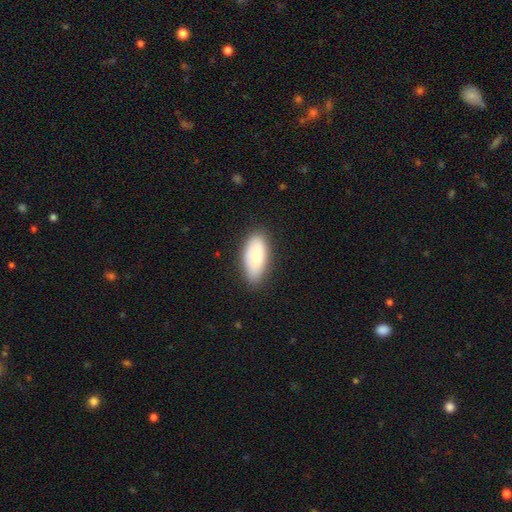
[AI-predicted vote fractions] Morphology: type=smooth (82%); roundness=in between (89%); merging=none (80%).